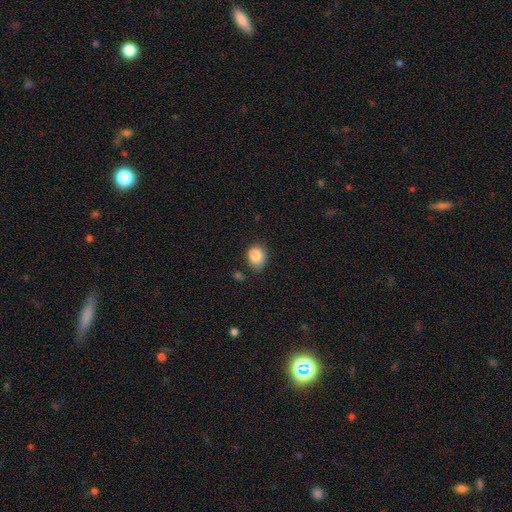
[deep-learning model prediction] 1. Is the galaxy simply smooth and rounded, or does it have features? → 84% smooth, 9% star or artifact, 7% featured or disk.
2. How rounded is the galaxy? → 50% in between, 49% round, 1% cigar-shaped.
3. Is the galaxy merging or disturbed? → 61% none, 29% minor disturbance, 6% major disturbance, 4% merger.